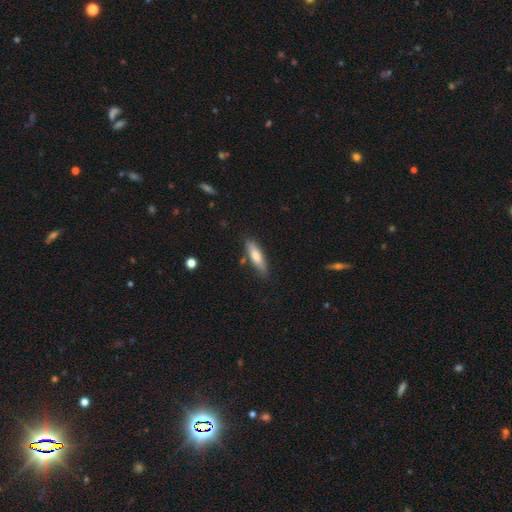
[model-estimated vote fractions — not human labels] smooth_or_featured: smooth (p=0.71) [alt: featured or disk p=0.23]
how_rounded: cigar-shaped (p=0.60) [alt: in between p=0.39]
merging: none (p=0.78) [alt: minor disturbance p=0.15]